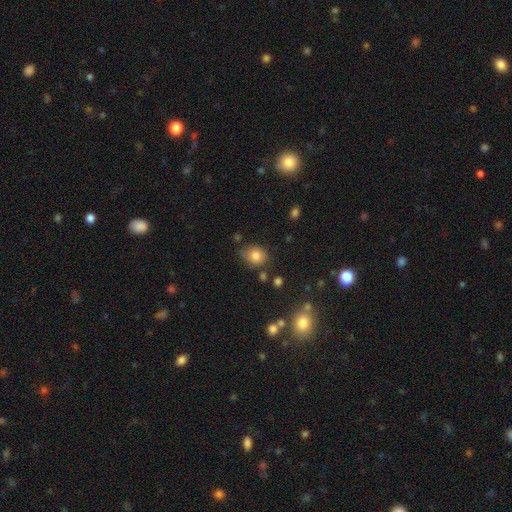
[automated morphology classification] smooth_or_featured: smooth (p=0.81) [alt: star or artifact p=0.11]
how_rounded: round (p=0.61) [alt: in between p=0.39]
merging: none (p=0.66) [alt: minor disturbance p=0.23]